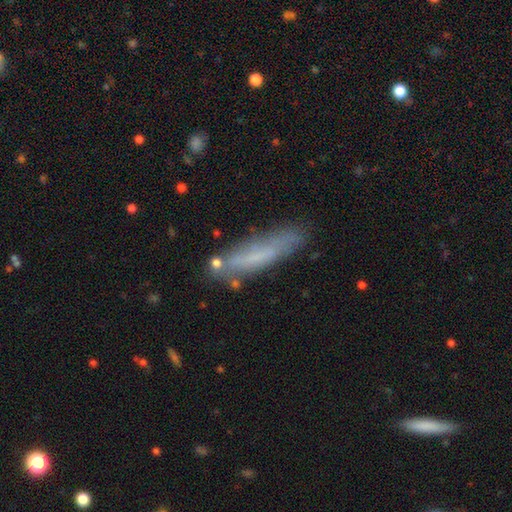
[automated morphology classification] The model was most divided on "smooth or featured": smooth: 57%, featured or disk: 33%, star or artifact: 9%. More confident: how rounded — cigar-shaped (80%); merging — none (67%).